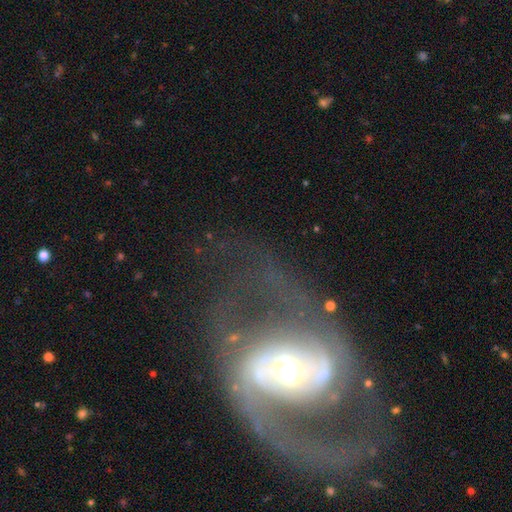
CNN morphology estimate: smooth_or_featured: featured or disk (p=0.76) [alt: smooth p=0.14]
disk_edge_on: no (p=0.96) [alt: yes p=0.04]
bar: no (p=0.48) [alt: weak p=0.32]
has_spiral_arms: yes (p=0.77) [alt: no p=0.23]
spiral_winding: medium (p=0.41) [alt: loose p=0.32]
spiral_arm_count: 2 (p=0.66) [alt: can't tell p=0.16]
bulge_size: moderate (p=0.62) [alt: small p=0.18]
merging: none (p=0.45) [alt: major disturbance p=0.34]